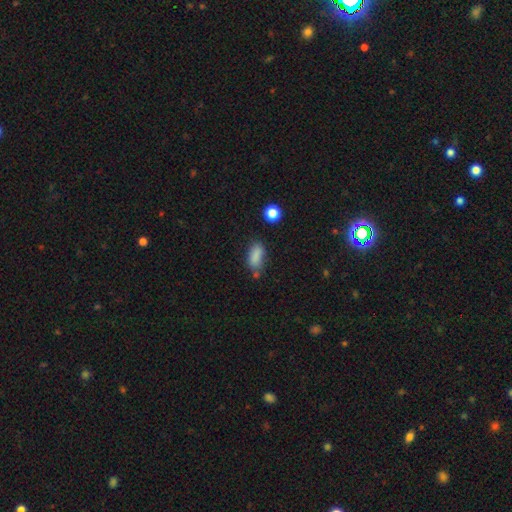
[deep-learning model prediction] smooth_or_featured: smooth (p=0.83) [alt: star or artifact p=0.10]
how_rounded: in between (p=0.82) [alt: cigar-shaped p=0.13]
merging: none (p=0.60) [alt: minor disturbance p=0.24]